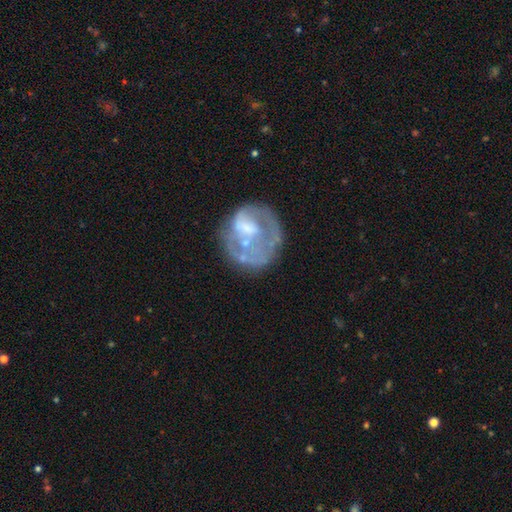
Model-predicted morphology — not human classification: smooth-or-featured: featured or disk: 60% | smooth: 29% | star or artifact: 10%
  disk-edge-on: no: 97% | yes: 3%
    bar: no: 70% | weak: 23% | strong: 7%
    has-spiral-arms: no: 66% | yes: 34%
    bulge-size: moderate: 35% | none: 30% | small: 26% | large: 7% | dominant: 2%
  merging: none: 49% | major disturbance: 24% | minor disturbance: 21% | merger: 6%